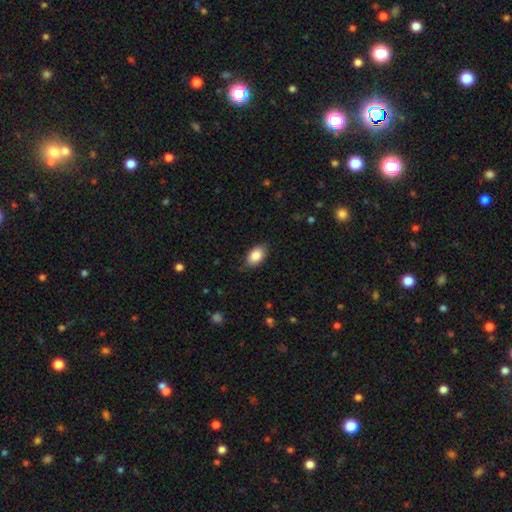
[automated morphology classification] Q: Smooth or featured?
A: smooth (86%); runner-up: star or artifact (7%)
Q: How rounded?
A: in between (89%); runner-up: round (10%)
Q: Merging?
A: none (84%); runner-up: minor disturbance (12%)